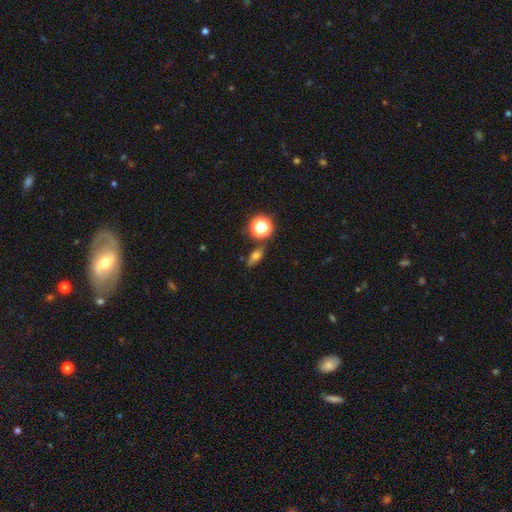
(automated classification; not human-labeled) Smooth or featured? Predicted: smooth (p=0.65). How rounded? Predicted: in between (p=0.65). Merging? Predicted: none (p=0.75).